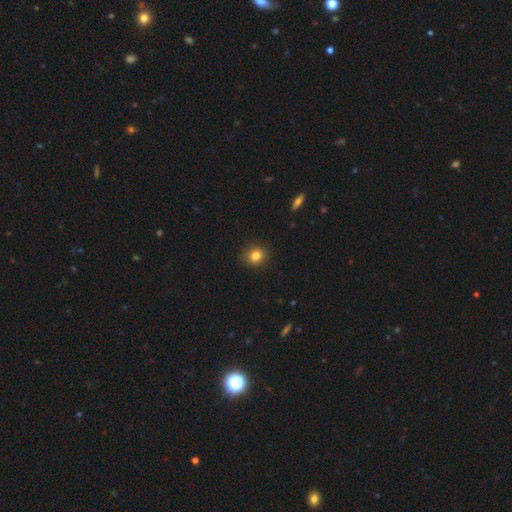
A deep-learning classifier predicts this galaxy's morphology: Smooth or featured?
  - smooth: 82% *
  - star or artifact: 12%
  - featured or disk: 7%
How rounded?
  - round: 84% *
  - in between: 15%
  - cigar-shaped: 1%
Merging?
  - none: 90% *
  - minor disturbance: 7%
  - major disturbance: 2%
  - merger: 1%